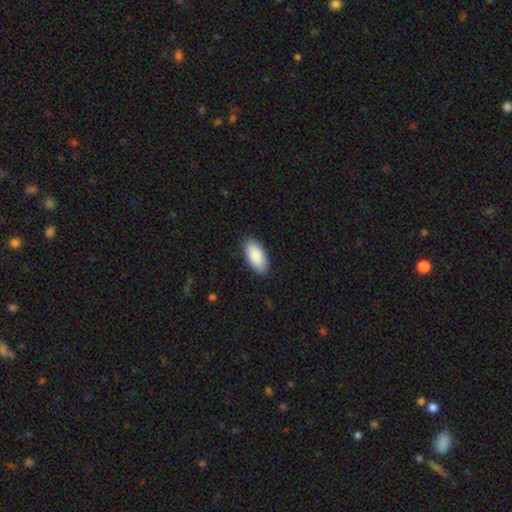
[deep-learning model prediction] smooth-or-featured: smooth: 90% | star or artifact: 5% | featured or disk: 5%
  how-rounded: in between: 92% | cigar-shaped: 6% | round: 2%
  merging: none: 87% | minor disturbance: 10% | major disturbance: 2% | merger: 1%